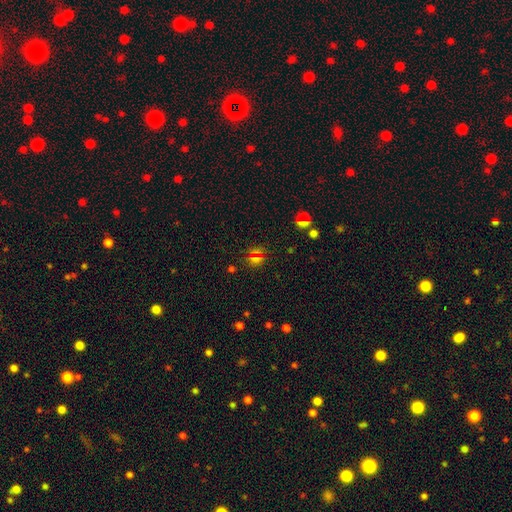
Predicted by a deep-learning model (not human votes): Smooth or featured? smooth (50%)
Merging? none (81%)